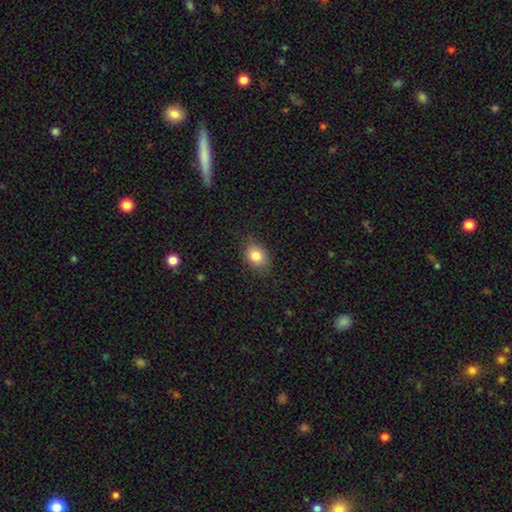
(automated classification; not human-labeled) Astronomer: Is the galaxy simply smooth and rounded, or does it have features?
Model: smooth — 82%.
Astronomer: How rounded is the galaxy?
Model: in between — 57% (runner-up: round, 42%).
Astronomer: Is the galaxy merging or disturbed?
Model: none — 82%.